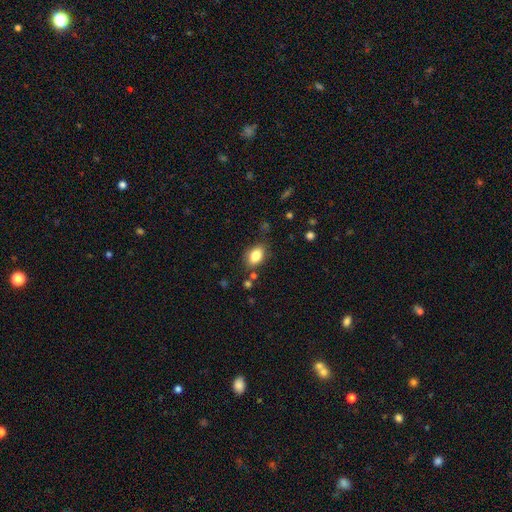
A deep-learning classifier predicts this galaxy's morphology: A smooth galaxy with no disk features (85%) that is in between round and cigar-shaped (87%).

Vote fractions:
- Smooth or featured? smooth: 85% / star or artifact: 8% / featured or disk: 7%
- How rounded? in between: 87% / round: 11% / cigar-shaped: 2%
- Merging? none: 77% / minor disturbance: 15% / major disturbance: 4% / merger: 4%